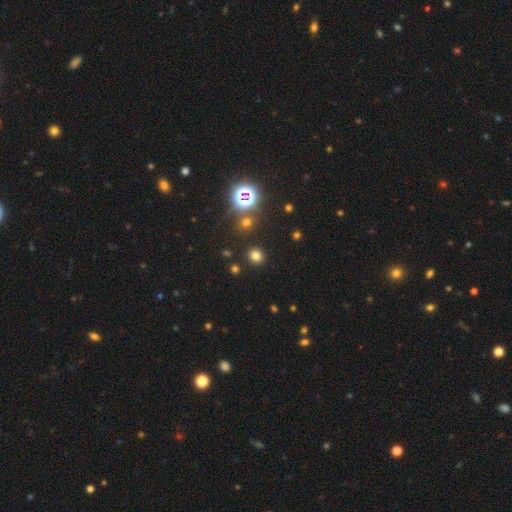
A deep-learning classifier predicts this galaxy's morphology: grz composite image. It shows a smooth galaxy with no disk features (73%) that is round (88%). Merging: none (89%).